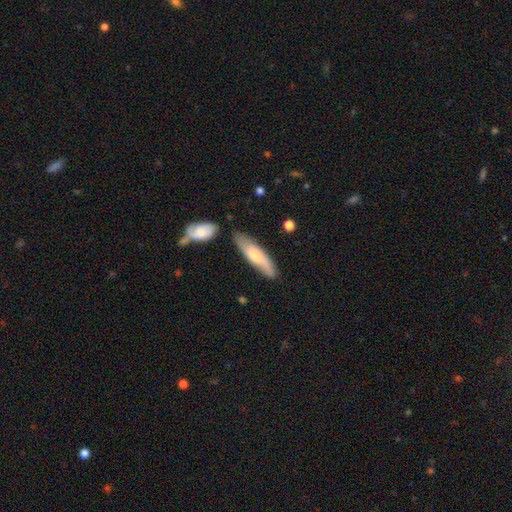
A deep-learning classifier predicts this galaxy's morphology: type=smooth (61%); roundness=cigar-shaped (68%); merging=none (73%).